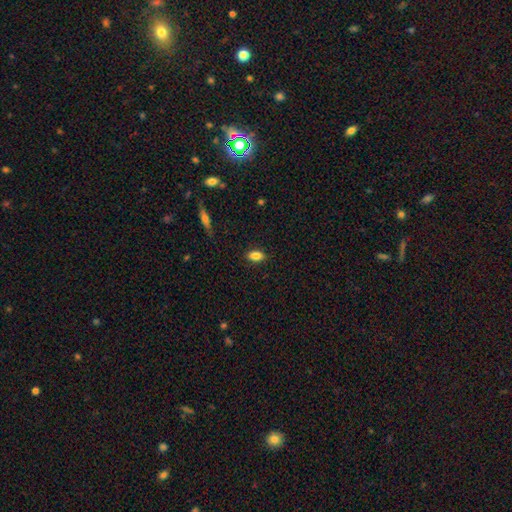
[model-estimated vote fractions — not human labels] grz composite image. It shows a smooth galaxy with no disk features (85%) that is in between round and cigar-shaped (88%). Merging: none (88%).